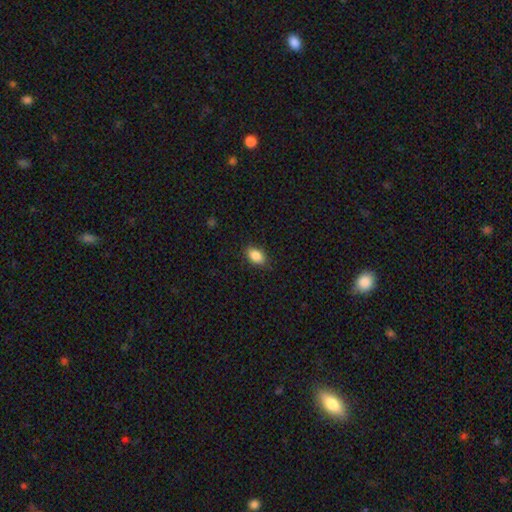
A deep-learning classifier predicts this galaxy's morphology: Smooth or featured? smooth (87%)
How rounded? in between (88%)
Merging? none (86%)